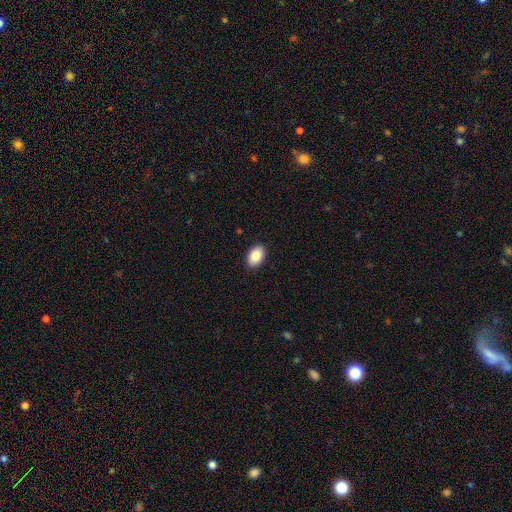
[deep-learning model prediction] Smooth or featured?
  - smooth: 88% *
  - star or artifact: 7%
  - featured or disk: 5%
How rounded?
  - in between: 91% *
  - round: 8%
  - cigar-shaped: 1%
Merging?
  - none: 89% *
  - minor disturbance: 8%
  - major disturbance: 2%
  - merger: 1%